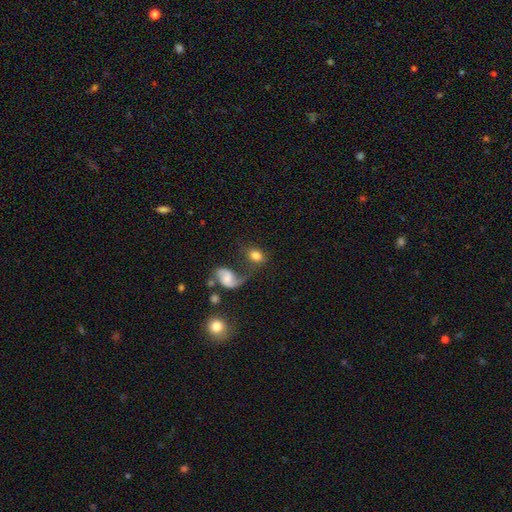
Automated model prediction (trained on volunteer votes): Smooth or featured? Predicted: smooth (p=0.71). How rounded? Predicted: in between (p=0.64). Merging? Predicted: none (p=0.47).